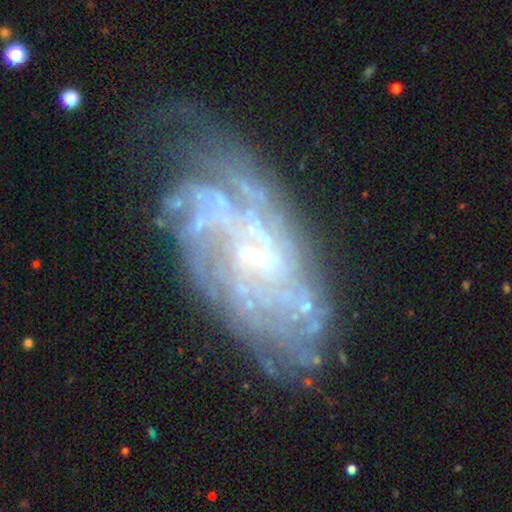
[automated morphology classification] A featured or disk galaxy (81%) with no bar (45%), tight (58%) spiral arms (82%) and a small central bulge (63%). Merging: none (60%).